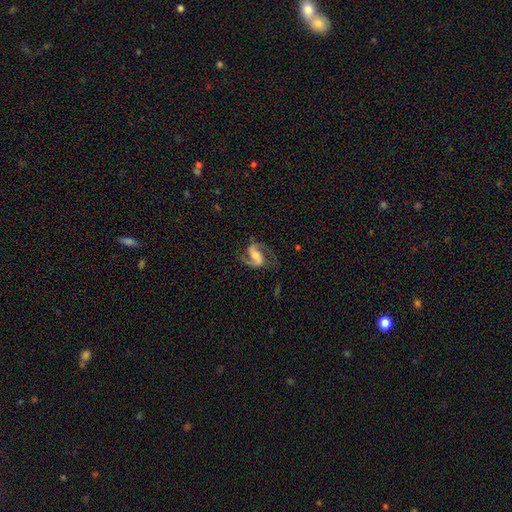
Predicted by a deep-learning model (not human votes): Overall: featured or disk (89%). Edge-on disk: no (98%). Bar: weak (44%; strong 35%). Spiral arms: yes (98%). Spiral arm count: 2 (93%). Spiral winding: medium (58%; loose 28%). Bulge size: moderate (36%; small 30%). Merging: none (75%).